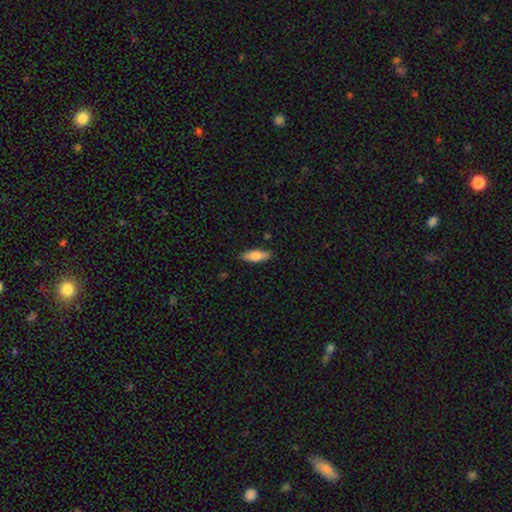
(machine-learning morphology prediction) type=smooth (70%); roundness=in between (58%); merging=none (85%).